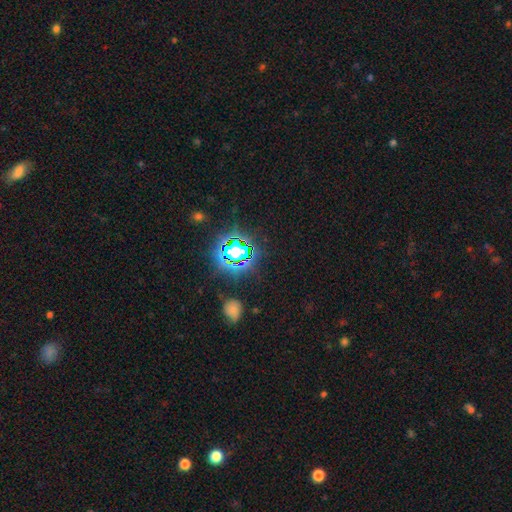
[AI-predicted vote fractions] Smooth or featured: star or artifact — 79% (smooth — 14%)